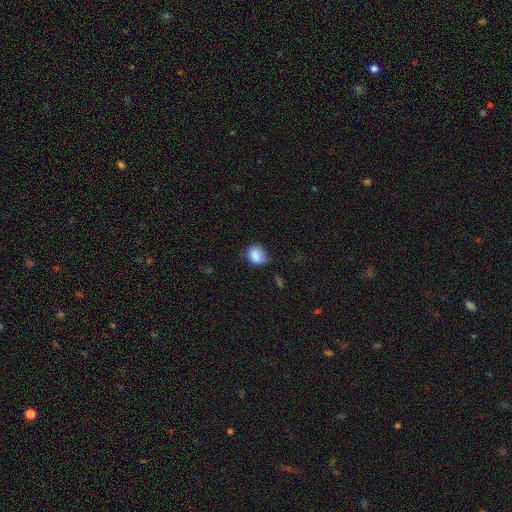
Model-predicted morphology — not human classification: Smooth or featured? Predicted: smooth (p=0.85). How rounded? Predicted: in between (p=0.65). Merging? Predicted: none (p=0.57).